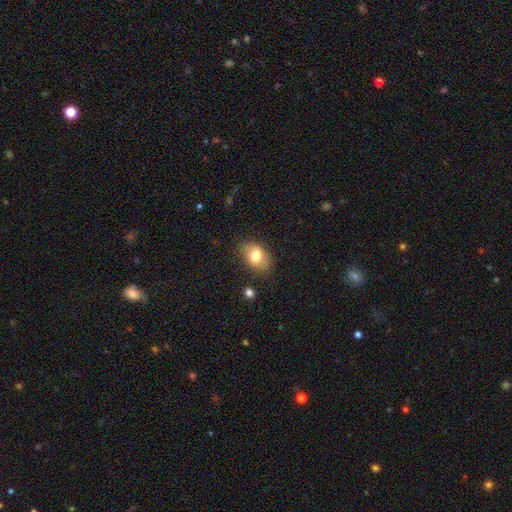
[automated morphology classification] Q: Smooth or featured?
A: smooth (78%); runner-up: featured or disk (13%)
Q: How rounded?
A: in between (82%); runner-up: round (17%)
Q: Merging?
A: none (78%); runner-up: minor disturbance (16%)